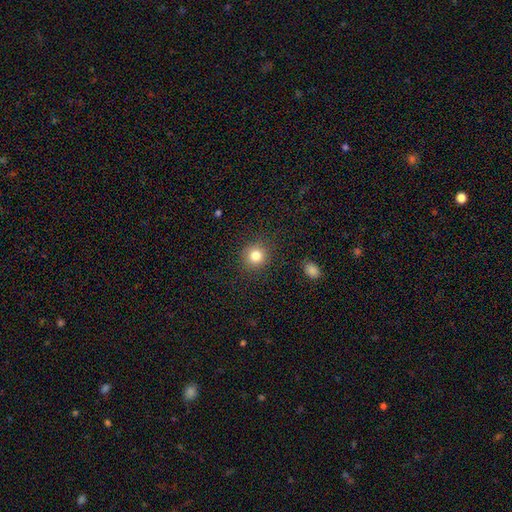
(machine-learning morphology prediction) Smooth or featured: smooth — 82% (star or artifact — 11%)
How rounded: round — 90% (in between — 9%)
Merging: none — 89% (minor disturbance — 7%)